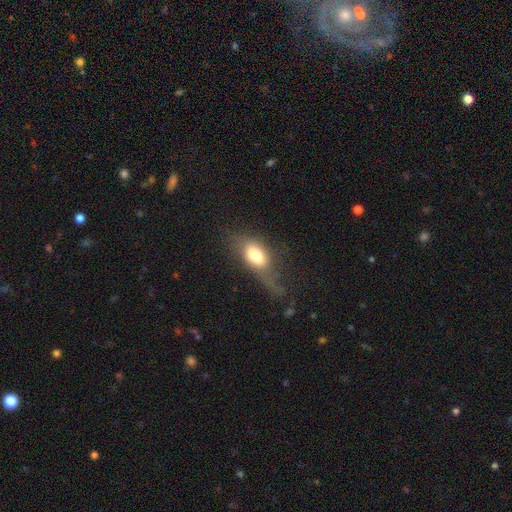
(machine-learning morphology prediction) type=smooth (70%); roundness=in between (84%); merging=major disturbance (36%).